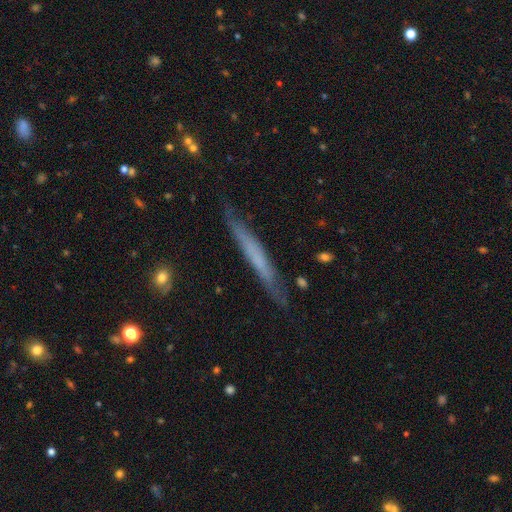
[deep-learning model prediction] Smooth or featured?
  - featured or disk: 50% *
  - smooth: 43%
  - star or artifact: 7%
Merging?
  - none: 79% *
  - minor disturbance: 16%
  - major disturbance: 3%
  - merger: 2%